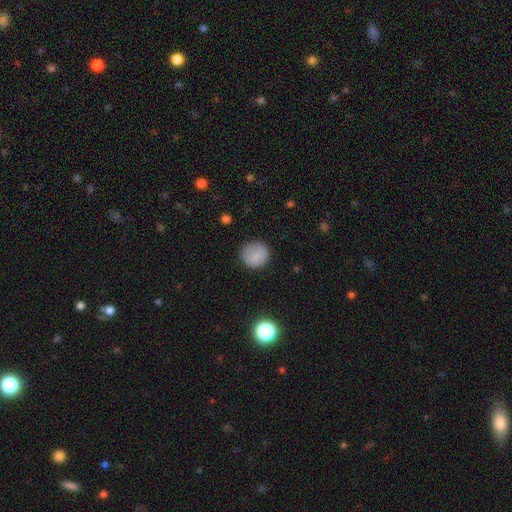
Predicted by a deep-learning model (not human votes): Q: Smooth or featured?
A: smooth (81%); runner-up: star or artifact (10%)
Q: How rounded?
A: round (93%); runner-up: in between (6%)
Q: Merging?
A: none (86%); runner-up: minor disturbance (10%)